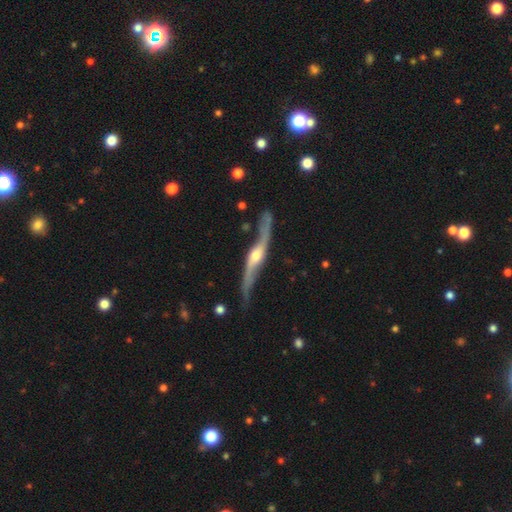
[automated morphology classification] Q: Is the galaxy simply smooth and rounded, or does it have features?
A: featured or disk — 85%.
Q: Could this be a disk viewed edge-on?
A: yes — 61%.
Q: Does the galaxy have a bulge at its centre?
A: rounded — 89%.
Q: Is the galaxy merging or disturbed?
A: none — 61%.